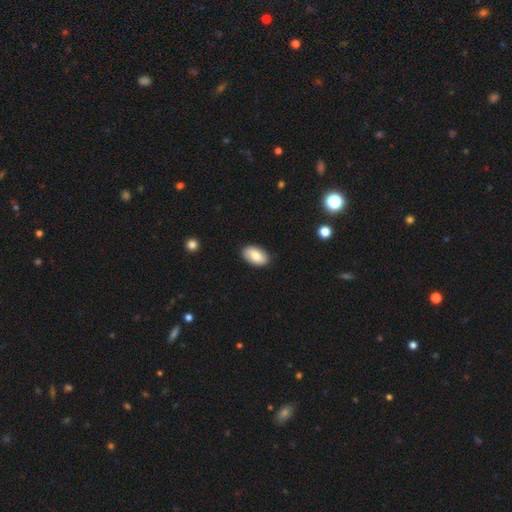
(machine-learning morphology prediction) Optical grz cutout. It shows a smooth galaxy with no disk features (78%) that is in between round and cigar-shaped (93%). Merging: none (86%).